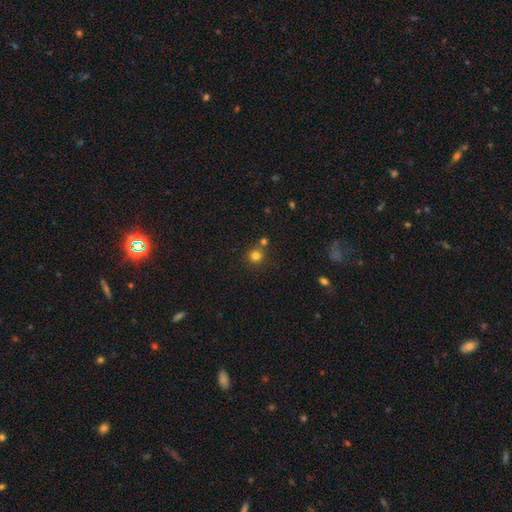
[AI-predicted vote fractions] Smooth or featured: smooth — 80% (star or artifact — 14%)
How rounded: round — 91% (in between — 8%)
Merging: none — 71% (merger — 17%)